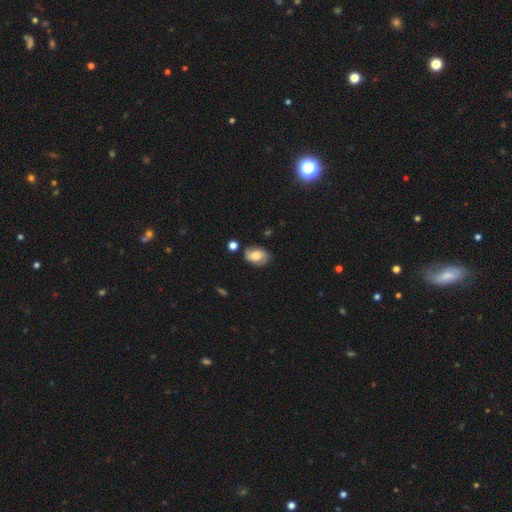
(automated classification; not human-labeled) Overall: smooth (54%; featured or disk 37%). How rounded: in between (81%). Merging: none (67%).